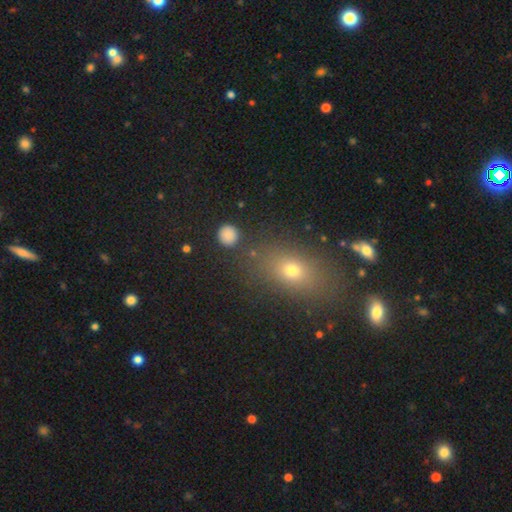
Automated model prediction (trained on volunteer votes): smooth 62%, star or artifact 25%, featured or disk 13%. Down the decision tree: how rounded — in between (61%); merging — none (78%).